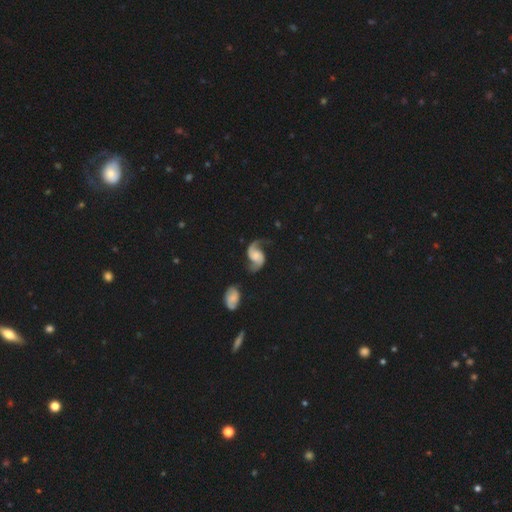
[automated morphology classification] smooth-or-featured: featured or disk: 89% | smooth: 6% | star or artifact: 5%
  disk-edge-on: no: 98% | yes: 2%
    bar: no: 58% | weak: 32% | strong: 10%
    has-spiral-arms: yes: 97% | no: 3%
      spiral-winding: loose: 56% | medium: 36% | tight: 9%
      spiral-arm-count: 2: 93% | 1: 3% | can't tell: 2% | 3: 1% | 4: 1% | more than 4: 1%
    bulge-size: none: 34% | small: 23% | moderate: 23% | large: 16% | dominant: 4%
  merging: none: 66% | minor disturbance: 18% | major disturbance: 10% | merger: 6%